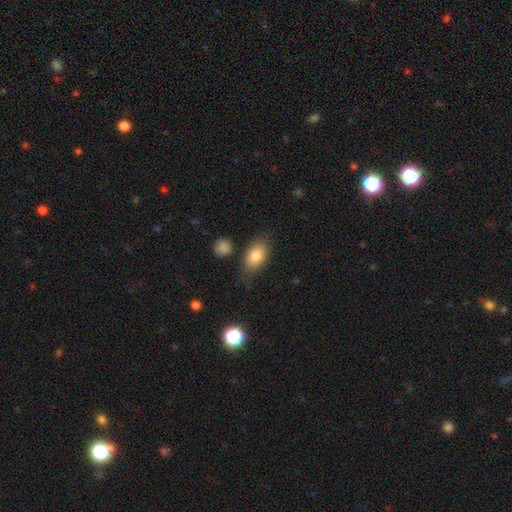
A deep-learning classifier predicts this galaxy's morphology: A smooth galaxy with no disk features (81%) that is in between round and cigar-shaped (87%).

Vote fractions:
- Smooth or featured? smooth: 81% / featured or disk: 12% / star or artifact: 8%
- How rounded? in between: 87% / round: 10% / cigar-shaped: 3%
- Merging? none: 73% / minor disturbance: 17% / major disturbance: 5% / merger: 4%